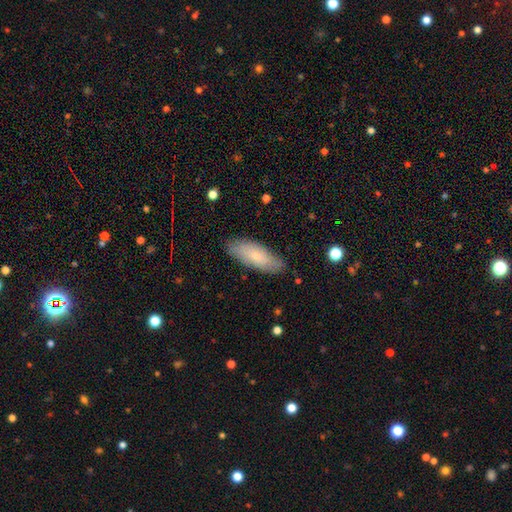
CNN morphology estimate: This appears to be a smooth galaxy with no disk features (68%) that is in between round and cigar-shaped (69%). Merging: none (82%).